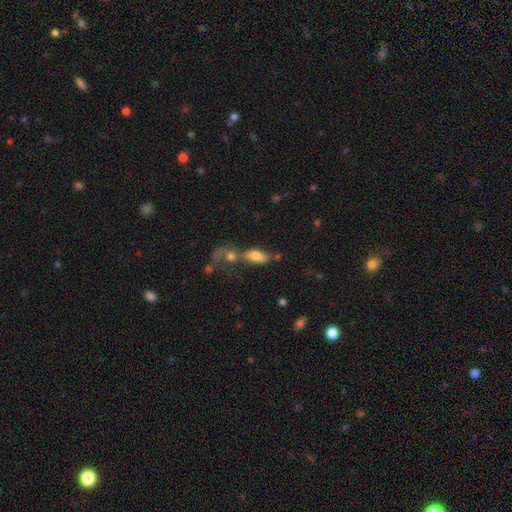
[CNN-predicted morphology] smooth-or-featured: smooth: 72% | featured or disk: 19% | star or artifact: 10%
  how-rounded: in between: 79% | cigar-shaped: 16% | round: 5%
  merging: merger: 45% | none: 34% | minor disturbance: 12% | major disturbance: 9%